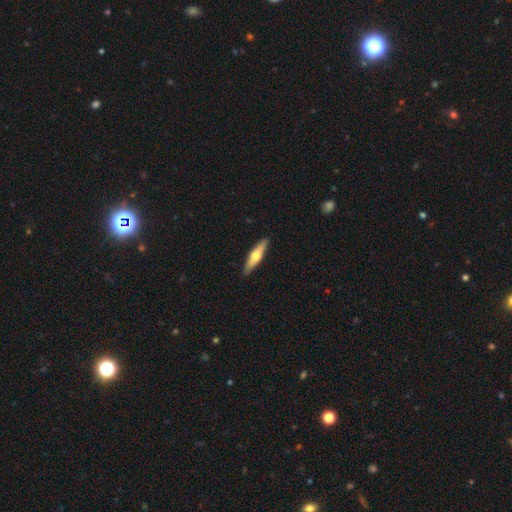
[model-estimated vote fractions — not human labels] Morphology: type=featured or disk (52%); edge-on=yes (93%); merging=none (91%).